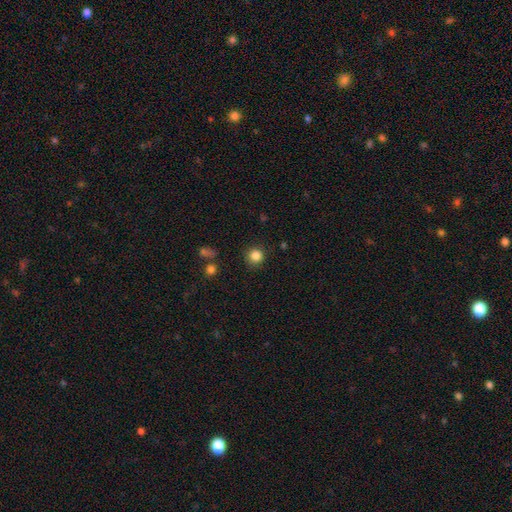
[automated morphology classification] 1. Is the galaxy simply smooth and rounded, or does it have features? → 84% smooth, 11% star or artifact, 4% featured or disk.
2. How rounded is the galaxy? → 93% round, 6% in between, 1% cigar-shaped.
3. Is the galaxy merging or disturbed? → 87% none, 9% minor disturbance, 3% major disturbance, 2% merger.